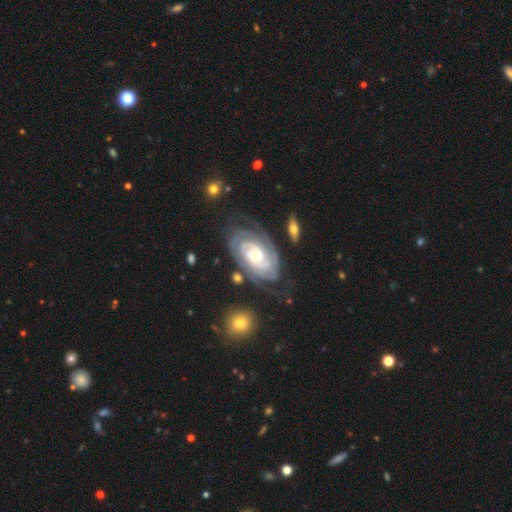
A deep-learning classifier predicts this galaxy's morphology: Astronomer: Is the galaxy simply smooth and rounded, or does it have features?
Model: featured or disk — 89%.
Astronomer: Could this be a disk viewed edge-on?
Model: no — 96%.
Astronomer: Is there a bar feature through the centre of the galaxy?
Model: no — 70%.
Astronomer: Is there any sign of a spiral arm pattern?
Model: yes — 97%.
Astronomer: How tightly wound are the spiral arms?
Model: tight — 77%.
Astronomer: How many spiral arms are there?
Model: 2 — 33% (runner-up: can't tell, 28%).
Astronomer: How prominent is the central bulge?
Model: small — 49% (runner-up: moderate, 44%).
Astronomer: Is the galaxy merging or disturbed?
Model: none — 67%.